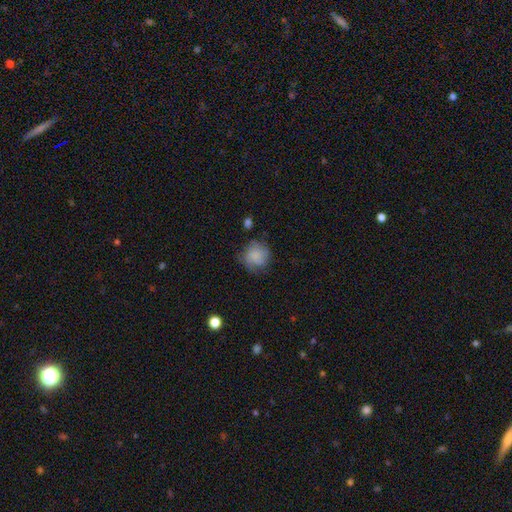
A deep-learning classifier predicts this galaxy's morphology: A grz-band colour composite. It shows a smooth galaxy with no disk features (78%) that is round (83%). Merging: none (58%).